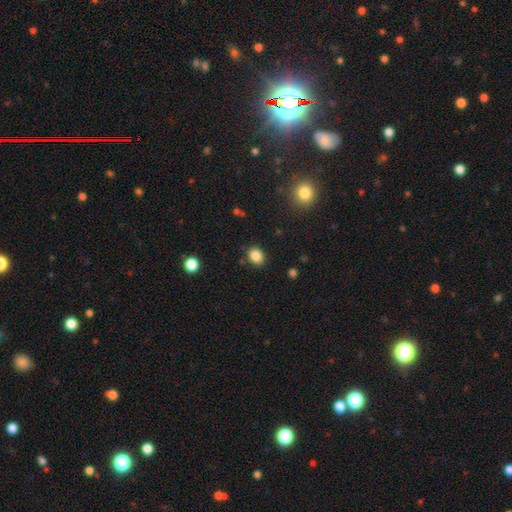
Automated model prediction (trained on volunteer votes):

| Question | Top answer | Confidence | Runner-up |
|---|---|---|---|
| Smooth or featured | smooth | 85% | star or artifact (10%) |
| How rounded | round | 54% | in between (46%) |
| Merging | none | 85% | minor disturbance (10%) |